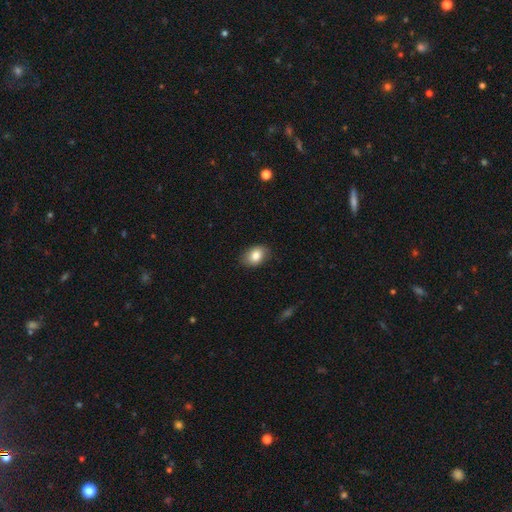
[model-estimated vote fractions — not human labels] A smooth galaxy with no disk features (83%) that is in between round and cigar-shaped (76%). Merging: none (84%).